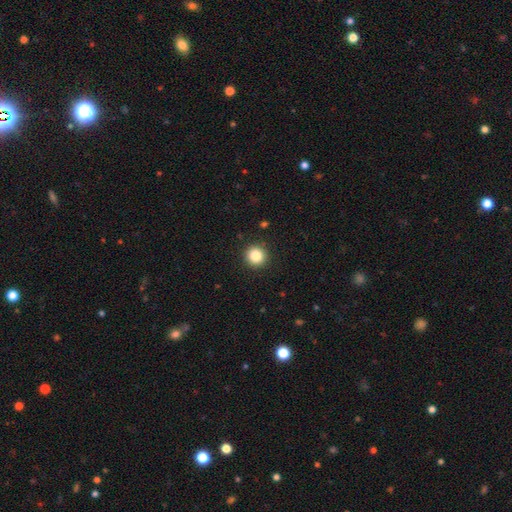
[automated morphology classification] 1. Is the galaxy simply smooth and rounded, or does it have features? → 85% smooth, 10% star or artifact, 5% featured or disk.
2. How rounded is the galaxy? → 94% round, 5% in between, 1% cigar-shaped.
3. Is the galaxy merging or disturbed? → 92% none, 5% minor disturbance, 2% major disturbance, 1% merger.